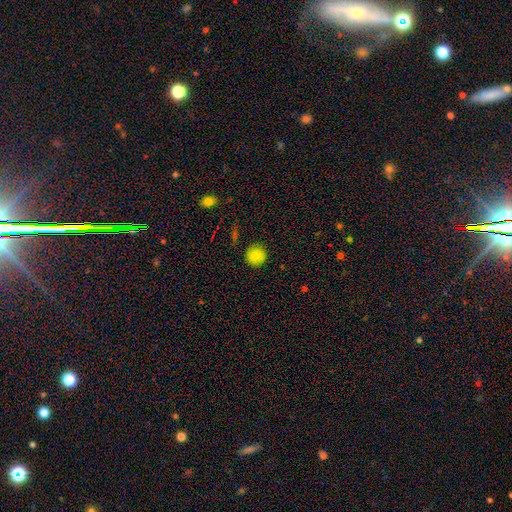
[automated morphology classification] Smooth or featured?
  - smooth: 83% *
  - star or artifact: 12%
  - featured or disk: 5%
How rounded?
  - round: 93% *
  - in between: 6%
  - cigar-shaped: 1%
Merging?
  - none: 88% *
  - minor disturbance: 9%
  - major disturbance: 2%
  - merger: 1%